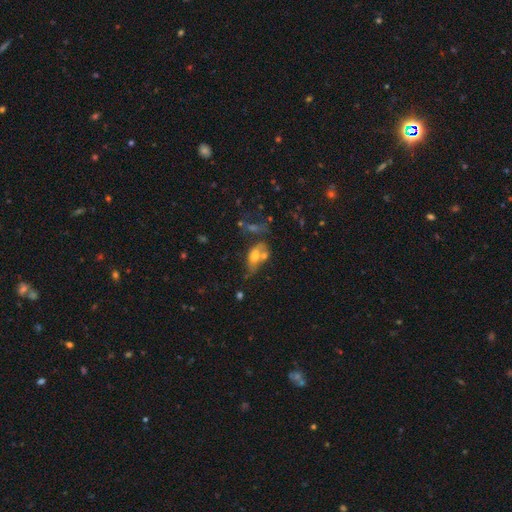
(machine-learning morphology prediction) type=smooth (59%); roundness=in between (83%); merging=merger (39%).